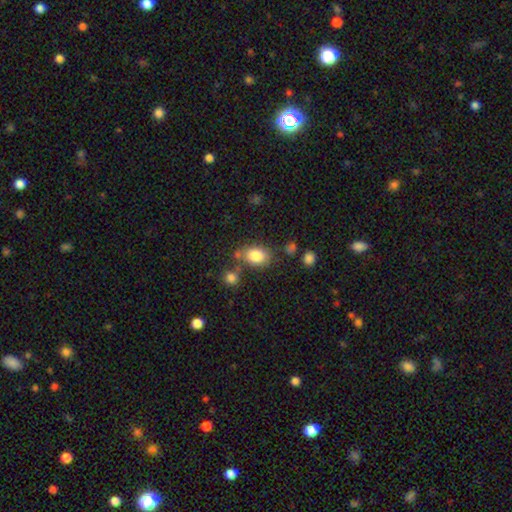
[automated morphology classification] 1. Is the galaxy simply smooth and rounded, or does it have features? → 83% smooth, 9% star or artifact, 8% featured or disk.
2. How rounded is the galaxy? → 75% in between, 24% round, 1% cigar-shaped.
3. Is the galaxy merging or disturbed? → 65% none, 17% minor disturbance, 12% merger, 6% major disturbance.